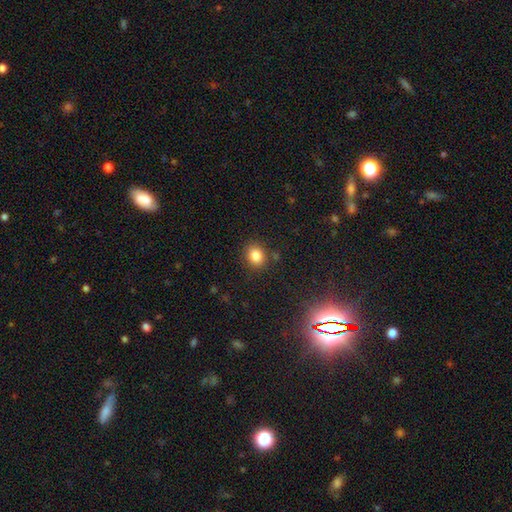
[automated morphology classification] Overall: smooth (83%). How rounded: round (64%; in between 35%). Merging: none (85%).